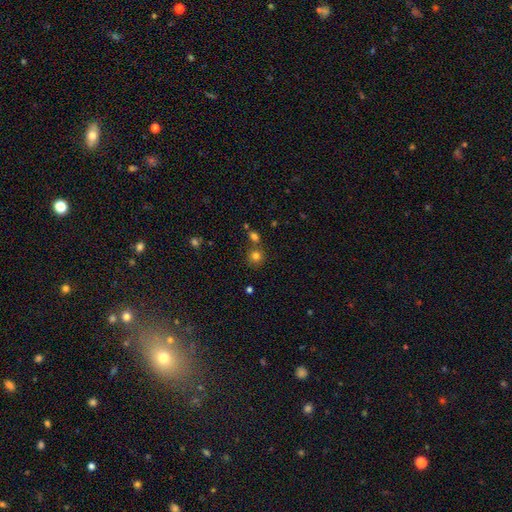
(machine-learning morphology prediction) Overall: smooth (77%). How rounded: round (87%). Merging: none (67%).